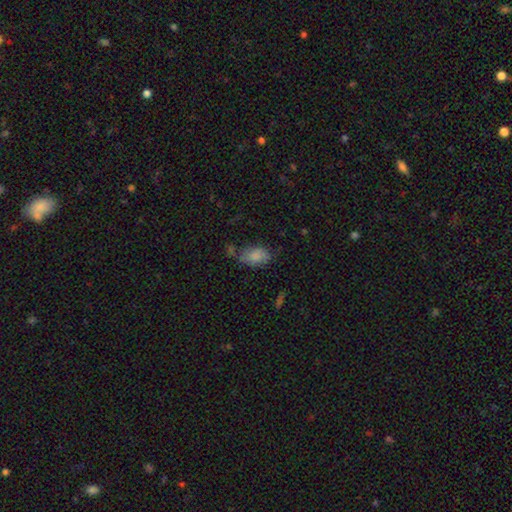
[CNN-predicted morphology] Overall: smooth (77%). How rounded: in between (89%). Merging: none (49%; minor disturbance 29%).